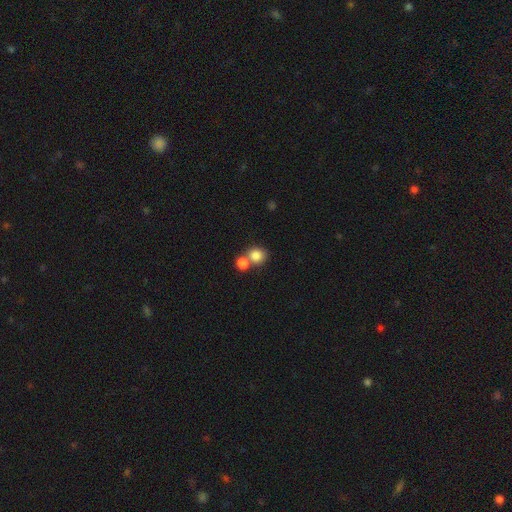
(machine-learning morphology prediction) The model was most divided on "merging": merger: 47%, none: 44%, minor disturbance: 7%, major disturbance: 3%. More confident: smooth or featured — smooth (83%); how rounded — round (81%).